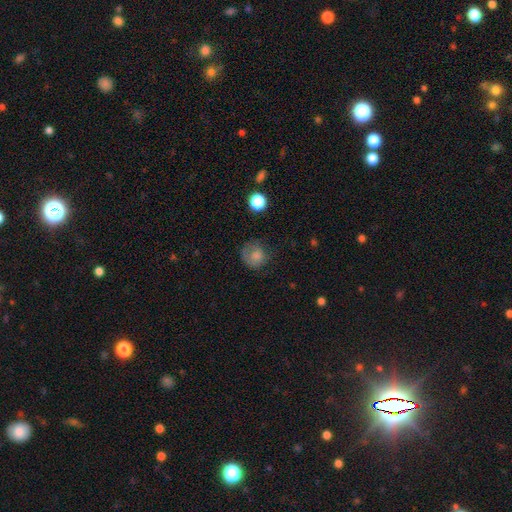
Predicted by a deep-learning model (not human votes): This appears to be a smooth galaxy with no disk features (77%) that is round (85%). Merging: none (56%).